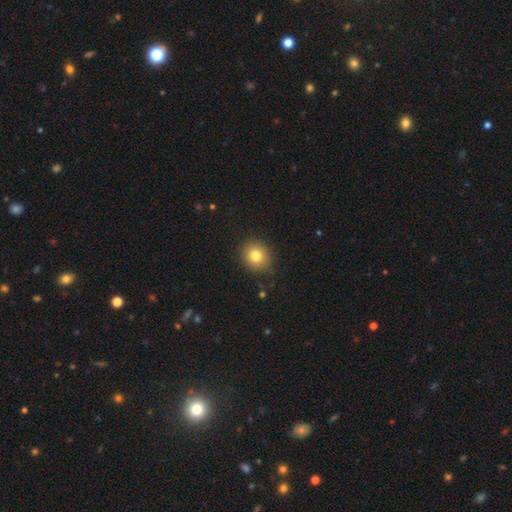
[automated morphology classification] smooth 81%, star or artifact 11%, featured or disk 9%. Down the decision tree: how rounded — round (84%); merging — none (87%).